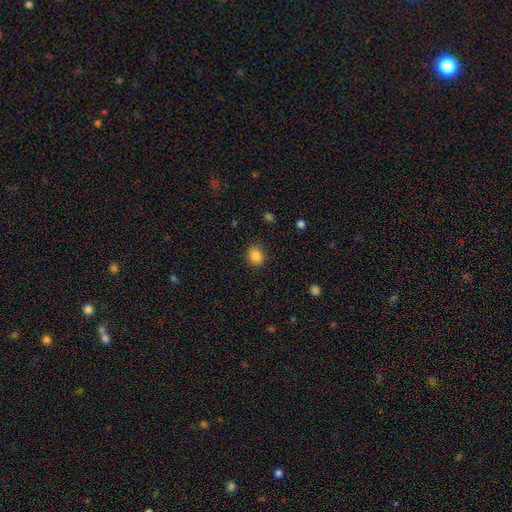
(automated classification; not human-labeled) The model was most divided on "how rounded": in between: 50%, round: 49%, cigar-shaped: 1%. More confident: smooth or featured — smooth (86%); merging — none (85%).